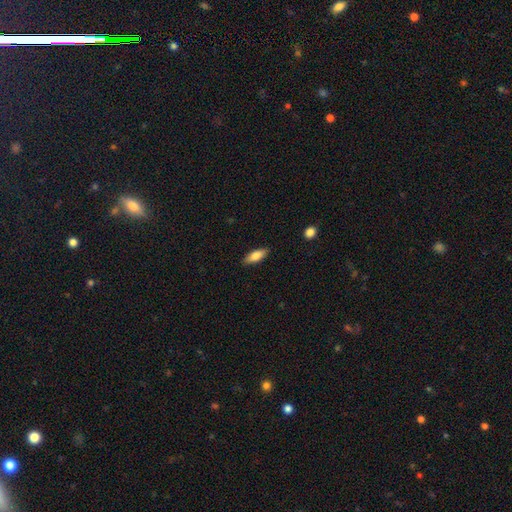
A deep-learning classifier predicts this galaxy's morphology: smooth 78%, featured or disk 16%, star or artifact 6%. Down the decision tree: how rounded — in between (67%); merging — none (88%).